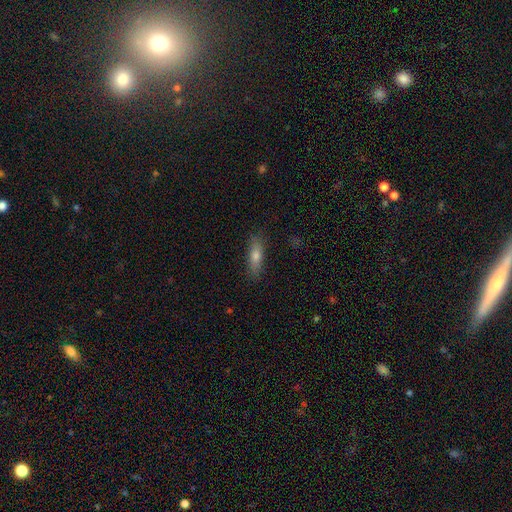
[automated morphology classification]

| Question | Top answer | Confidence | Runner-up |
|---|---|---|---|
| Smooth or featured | smooth | 69% | featured or disk (24%) |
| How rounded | cigar-shaped | 64% | in between (34%) |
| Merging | none | 86% | minor disturbance (11%) |